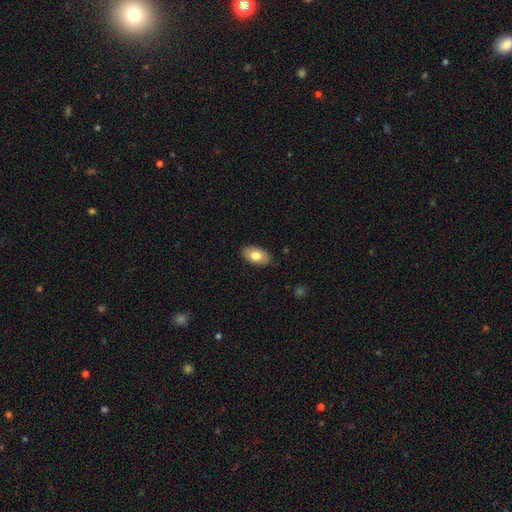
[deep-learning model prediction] This is likely a smooth galaxy (78%). How rounded: clearly in between (94%). Merging: clearly none (87%).